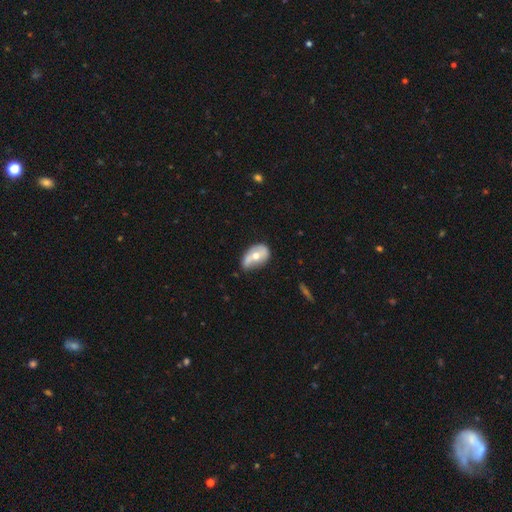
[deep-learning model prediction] Smooth or featured? Predicted: featured or disk (p=0.48). Merging? Predicted: none (p=0.45).